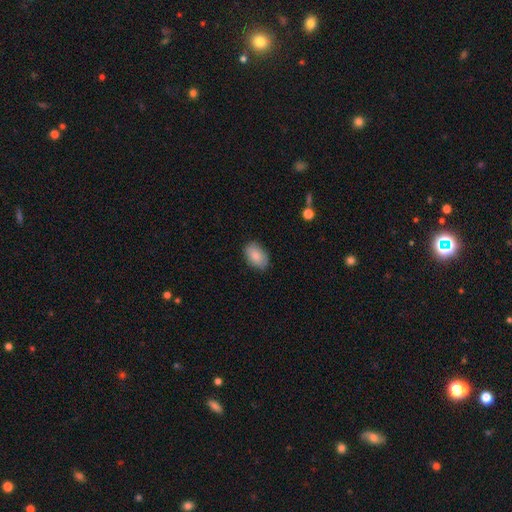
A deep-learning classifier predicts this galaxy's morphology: type=smooth (85%); roundness=in between (89%); merging=none (83%).